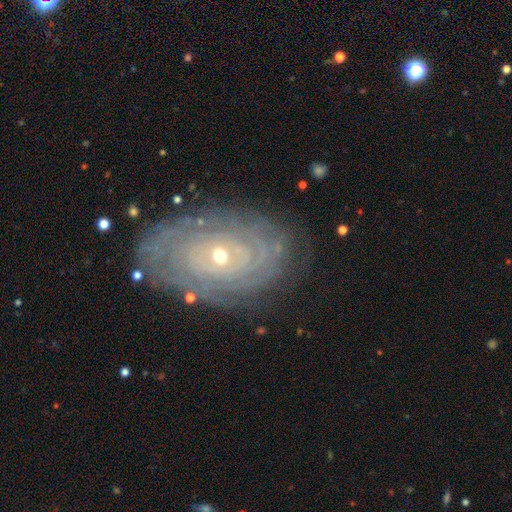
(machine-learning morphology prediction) A featured or disk galaxy (84%) with no bar (81%), tight (86%) spiral arms (91%) and a small central bulge (62%).

Vote fractions:
- Smooth or featured? featured or disk: 84% / smooth: 10% / star or artifact: 7%
- Edge-on disk? no: 95% / yes: 5%
- Bar? no: 81% / weak: 14% / strong: 5%
- Spiral arms? yes: 91% / no: 9%
- Spiral winding? tight: 86% / medium: 11% / loose: 3%
- Spiral arm count? can't tell: 45% / 2: 14% / more than 4: 12% / 4: 12% / 3: 11% / 1: 6%
- Bulge size? small: 62% / moderate: 35% / large: 1% / dominant: 1% / none: 1%
- Merging? none: 81% / minor disturbance: 13% / major disturbance: 4% / merger: 1%